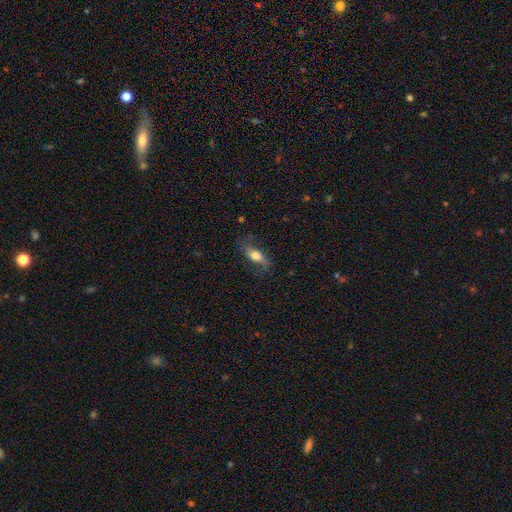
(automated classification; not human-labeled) Morphology: type=smooth (61%); roundness=in between (71%); merging=none (68%).